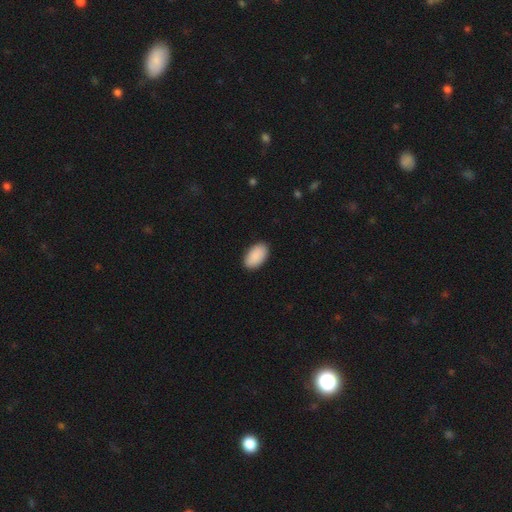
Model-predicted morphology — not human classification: smooth_or_featured: smooth (p=0.91) [alt: star or artifact p=0.06]
how_rounded: in between (p=0.95) [alt: round p=0.03]
merging: none (p=0.88) [alt: minor disturbance p=0.09]